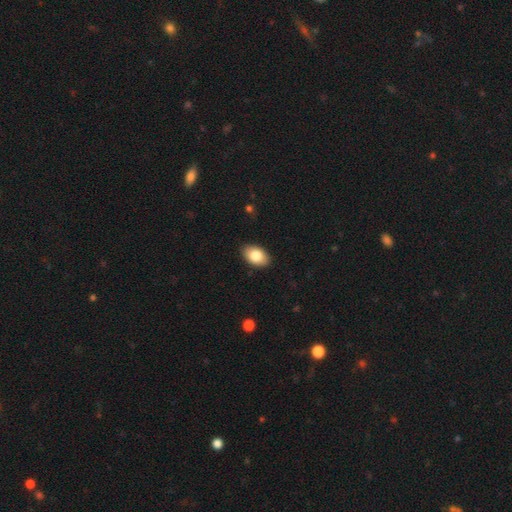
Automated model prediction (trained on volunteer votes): A smooth galaxy with no disk features (83%) that is in between round and cigar-shaped (91%). Merging: none (89%).